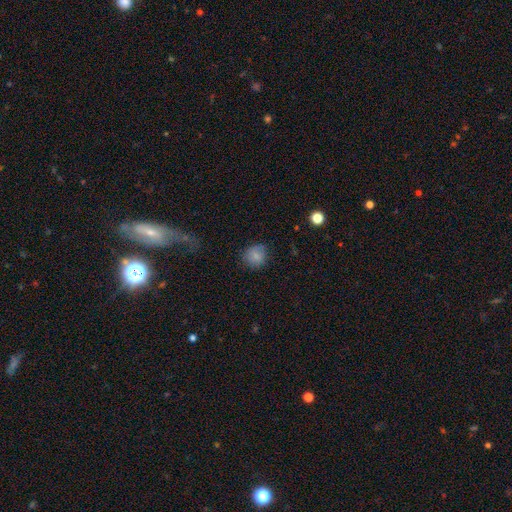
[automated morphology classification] This is clearly a smooth galaxy (81%). How rounded: likely round (78%). Merging: likely none (77%).